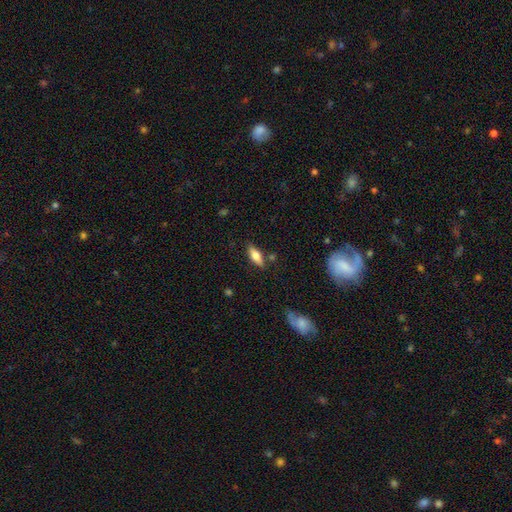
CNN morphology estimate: A smooth galaxy with no disk features (69%) that is in between round and cigar-shaped (72%).

Vote fractions:
- Smooth or featured? smooth: 69% / featured or disk: 24% / star or artifact: 7%
- How rounded? in between: 72% / cigar-shaped: 25% / round: 3%
- Merging? none: 79% / minor disturbance: 13% / merger: 5% / major disturbance: 3%